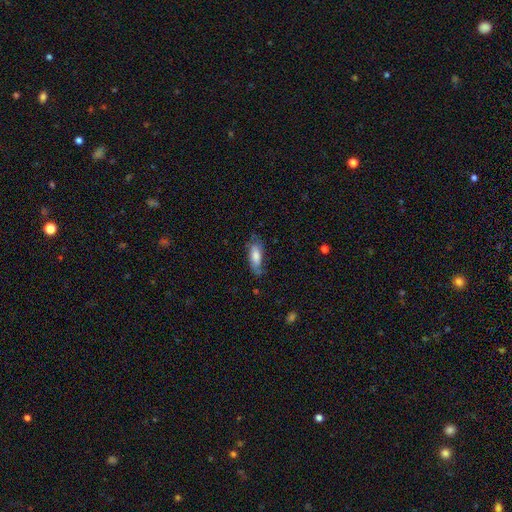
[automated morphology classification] Q: Smooth or featured?
A: smooth (60%); runner-up: featured or disk (33%)
Q: How rounded?
A: in between (74%); runner-up: cigar-shaped (24%)
Q: Merging?
A: none (61%); runner-up: minor disturbance (26%)